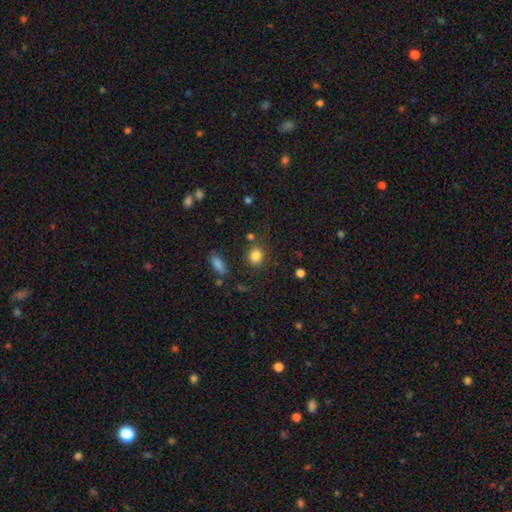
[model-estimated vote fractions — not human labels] smooth-or-featured: smooth: 84% | star or artifact: 11% | featured or disk: 5%
  how-rounded: round: 61% | in between: 37% | cigar-shaped: 1%
  merging: none: 77% | minor disturbance: 12% | merger: 6% | major disturbance: 4%